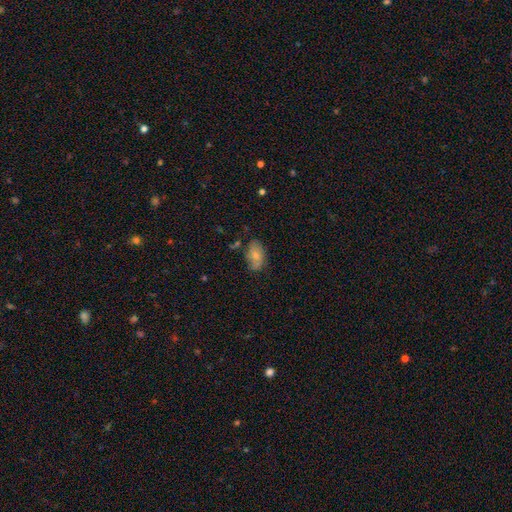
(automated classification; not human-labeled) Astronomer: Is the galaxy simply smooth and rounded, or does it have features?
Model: smooth — 73%.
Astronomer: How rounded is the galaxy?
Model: in between — 90%.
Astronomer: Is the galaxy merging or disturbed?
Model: none — 66%.